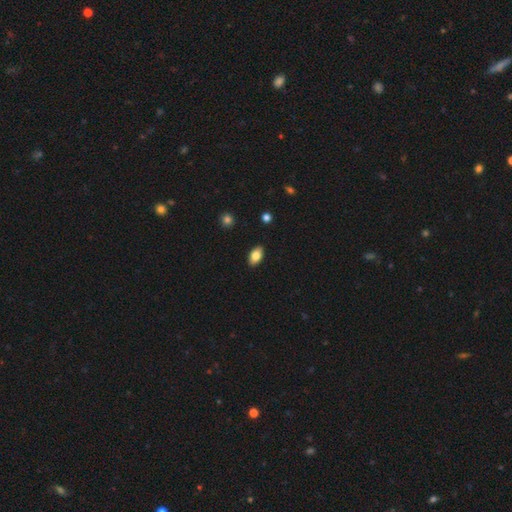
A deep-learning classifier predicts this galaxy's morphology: The model was most divided on "smooth or featured": smooth: 83%, featured or disk: 10%, star or artifact: 7%. More confident: how rounded — in between (92%); merging — none (89%).